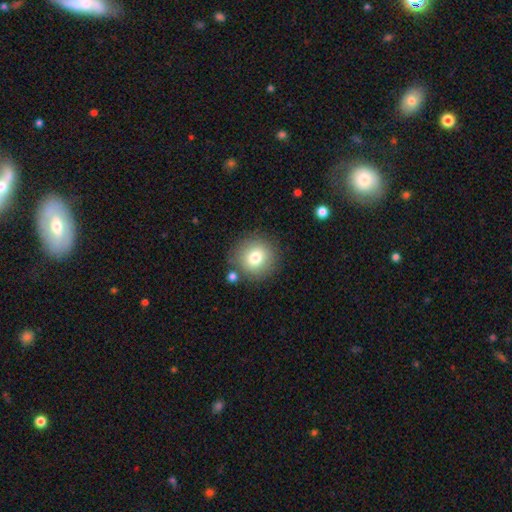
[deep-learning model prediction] The model was most divided on "smooth or featured": smooth: 74%, star or artifact: 14%, featured or disk: 12%. More confident: how rounded — round (92%); merging — none (85%).